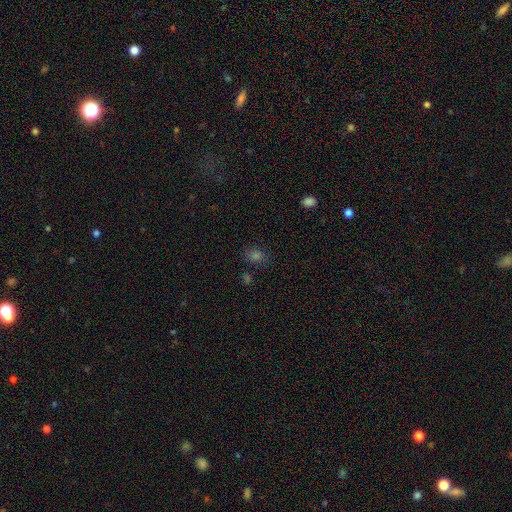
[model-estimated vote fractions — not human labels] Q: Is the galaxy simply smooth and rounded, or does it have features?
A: smooth — 68%.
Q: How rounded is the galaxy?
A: in between — 52%.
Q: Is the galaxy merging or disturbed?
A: none — 81%.